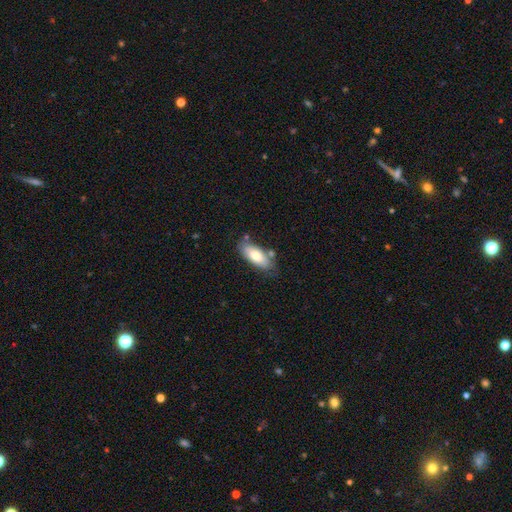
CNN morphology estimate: A smooth galaxy with no disk features (75%) that is in between round and cigar-shaped (82%).

Vote fractions:
- Smooth or featured? smooth: 75% / featured or disk: 19% / star or artifact: 6%
- How rounded? in between: 82% / cigar-shaped: 16% / round: 2%
- Merging? none: 71% / minor disturbance: 18% / merger: 7% / major disturbance: 4%